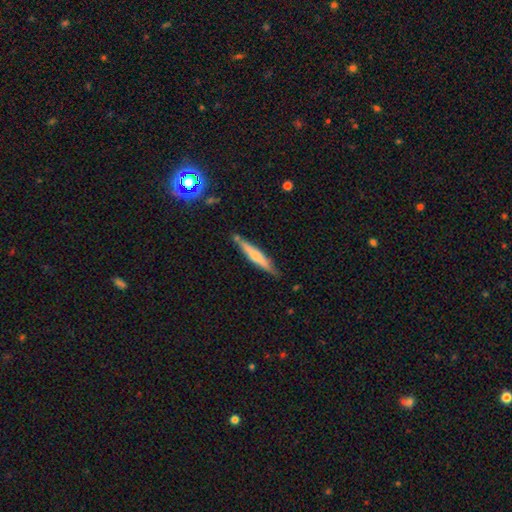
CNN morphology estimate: The model was most divided on "smooth or featured": smooth: 51%, featured or disk: 43%, star or artifact: 5%. More confident: how rounded — cigar-shaped (93%); merging — none (80%).